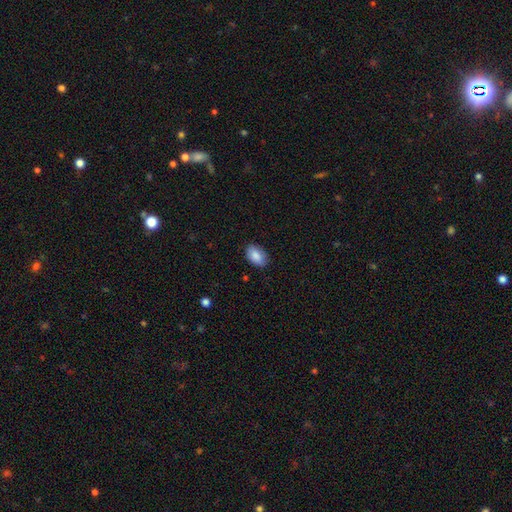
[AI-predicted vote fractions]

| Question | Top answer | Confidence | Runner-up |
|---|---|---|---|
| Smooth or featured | smooth | 87% | star or artifact (7%) |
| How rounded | in between | 92% | round (7%) |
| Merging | none | 84% | minor disturbance (12%) |